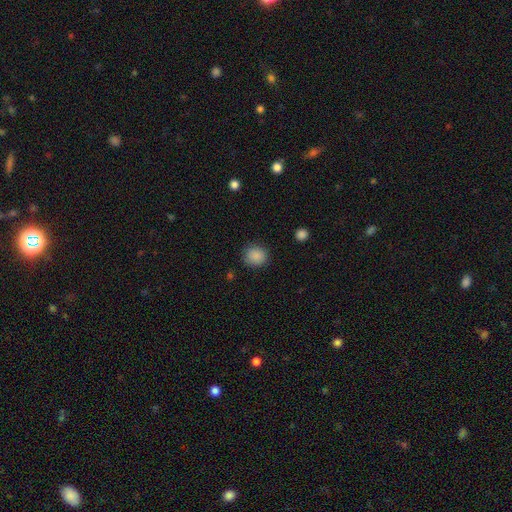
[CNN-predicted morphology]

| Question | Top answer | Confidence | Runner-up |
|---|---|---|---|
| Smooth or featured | smooth | 88% | star or artifact (9%) |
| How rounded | round | 84% | in between (15%) |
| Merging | none | 87% | minor disturbance (9%) |